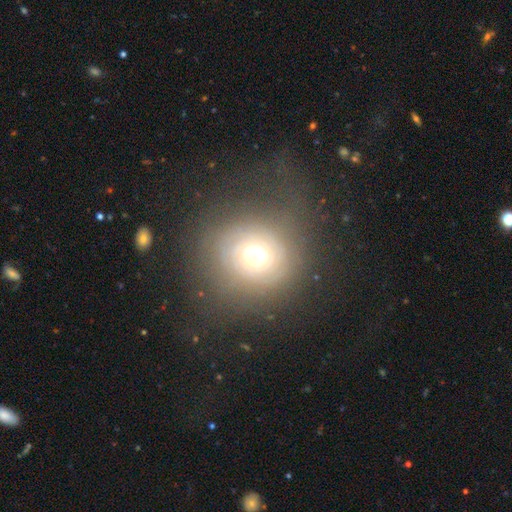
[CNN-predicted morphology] This is possibly a featured or disk galaxy (60%). It is clearly not viewed edge-on (96%). Bar: likely no (79%). Spiral arm pattern: likely yes (73%). Central bulge: possibly moderate (58%). Merging: likely none (70%).